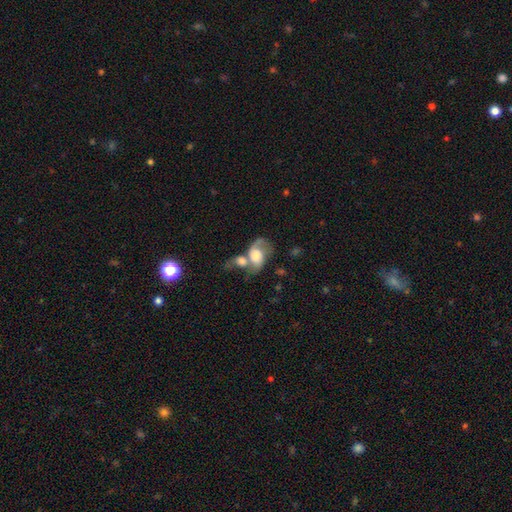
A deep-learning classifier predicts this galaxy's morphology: This appears to be a featured or disk galaxy (48%). Merging: merger (61%).